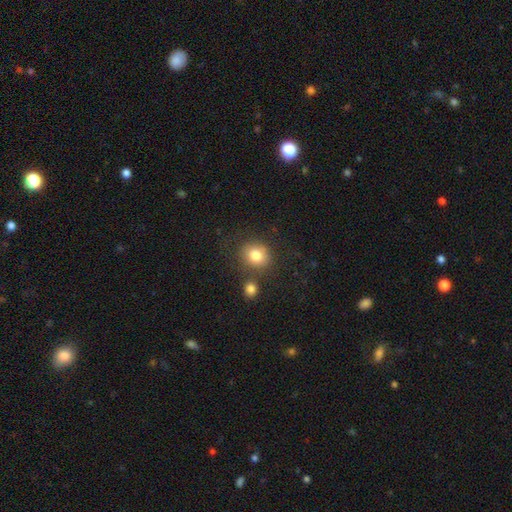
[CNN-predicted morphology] smooth-or-featured: smooth: 81% | star or artifact: 10% | featured or disk: 9%
  how-rounded: round: 78% | in between: 21% | cigar-shaped: 1%
  merging: none: 71% | merger: 13% | minor disturbance: 11% | major disturbance: 4%